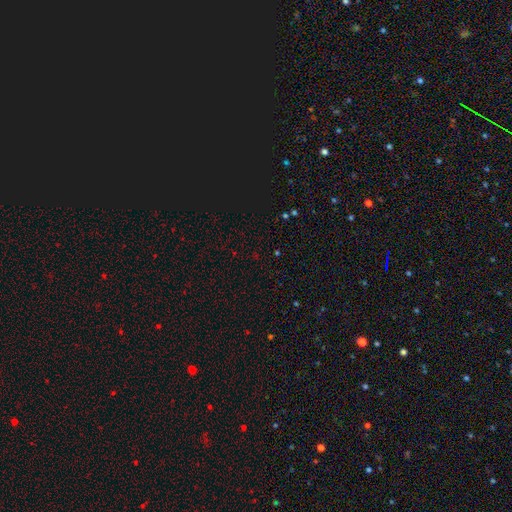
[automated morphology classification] This appears to be a star or artifact, not a galaxy (67%).